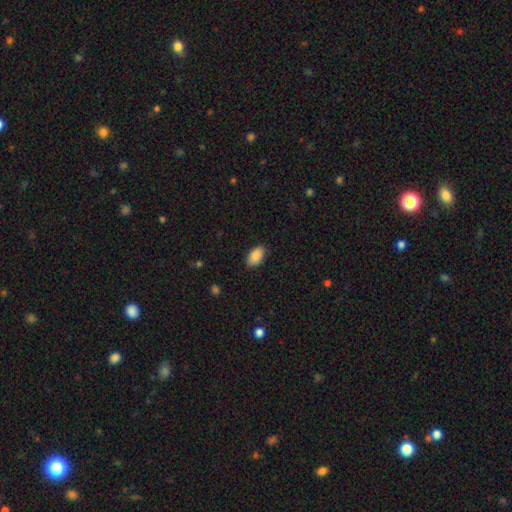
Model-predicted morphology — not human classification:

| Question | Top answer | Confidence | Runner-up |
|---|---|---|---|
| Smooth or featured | smooth | 88% | star or artifact (7%) |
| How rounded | in between | 94% | round (5%) |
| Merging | none | 87% | minor disturbance (9%) |